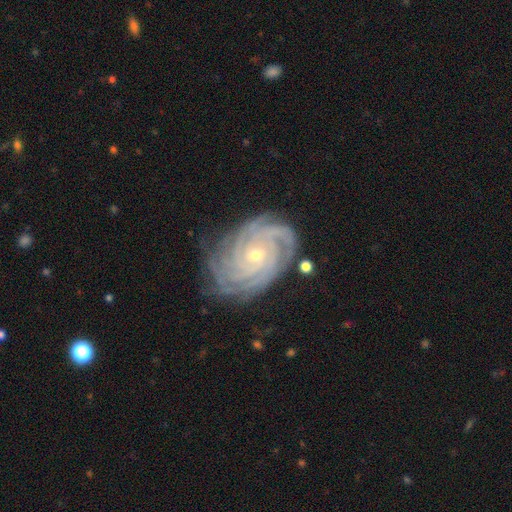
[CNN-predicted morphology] This appears to be a featured or disk galaxy (91%) with no bar (72%), 4 (33%) tight (83%) spiral arms (99%) and a small central bulge (68%). Merging: none (80%).